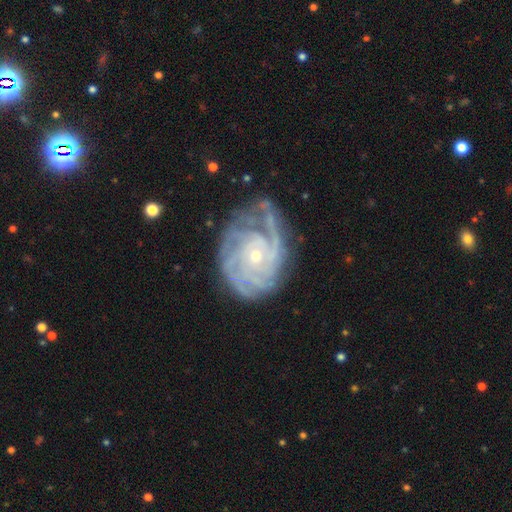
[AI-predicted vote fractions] Smooth or featured? featured or disk (89%)
Edge-on disk? no (97%)
Bar? no (77%)
Spiral arms? yes (97%)
Spiral winding? tight (72%)
Spiral arm count? can't tell (26%)
Bulge size? small (75%)
Merging? none (67%)